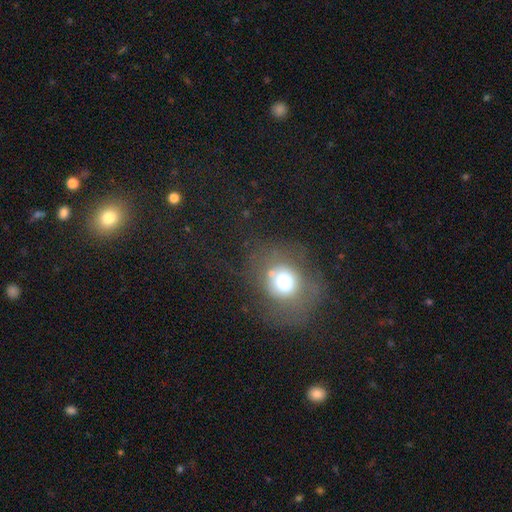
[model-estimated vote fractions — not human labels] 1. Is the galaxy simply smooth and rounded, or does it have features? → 59% smooth, 21% featured or disk, 20% star or artifact.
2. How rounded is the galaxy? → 72% round, 27% in between, 1% cigar-shaped.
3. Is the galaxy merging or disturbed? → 57% none, 20% minor disturbance, 19% major disturbance, 4% merger.